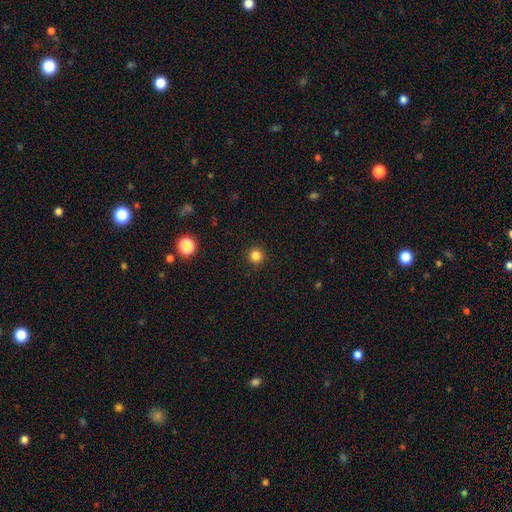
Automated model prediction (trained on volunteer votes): This is clearly a smooth galaxy (83%). How rounded: clearly round (95%). Merging: clearly none (92%).